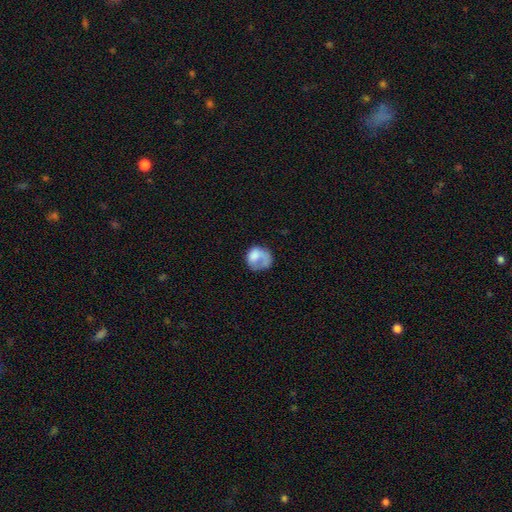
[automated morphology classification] smooth_or_featured: smooth (p=0.64) [alt: featured or disk p=0.28]
how_rounded: round (p=0.64) [alt: in between p=0.35]
merging: major disturbance (p=0.36) [alt: none p=0.35]